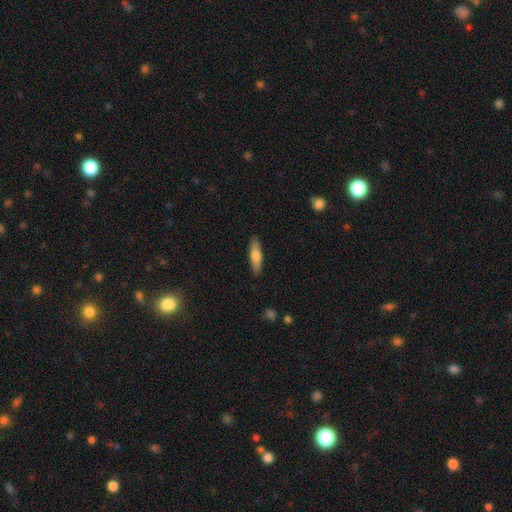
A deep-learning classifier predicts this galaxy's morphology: smooth_or_featured: smooth (p=0.69) [alt: featured or disk p=0.26]
how_rounded: cigar-shaped (p=0.71) [alt: in between p=0.27]
merging: none (p=0.89) [alt: minor disturbance p=0.08]